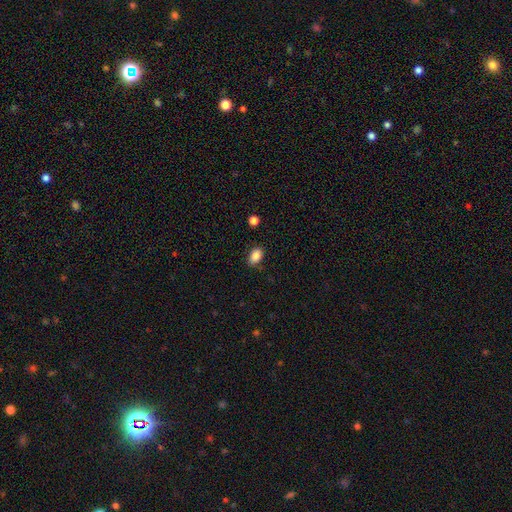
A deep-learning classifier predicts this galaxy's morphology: This is clearly a smooth galaxy (87%). How rounded: clearly in between (88%). Merging: clearly none (83%).